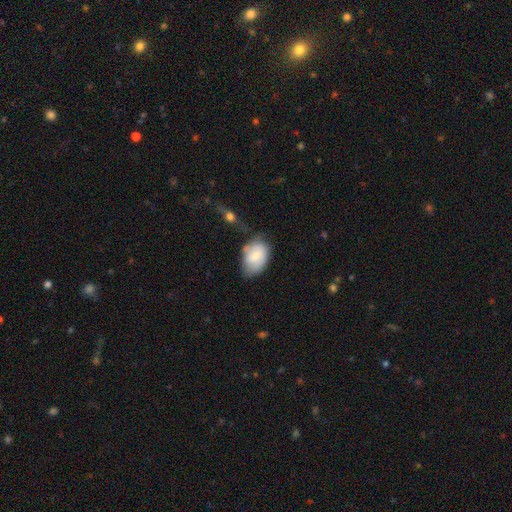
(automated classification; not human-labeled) This is likely a smooth galaxy (68%). How rounded: clearly in between (85%). Merging: possibly none (50%).